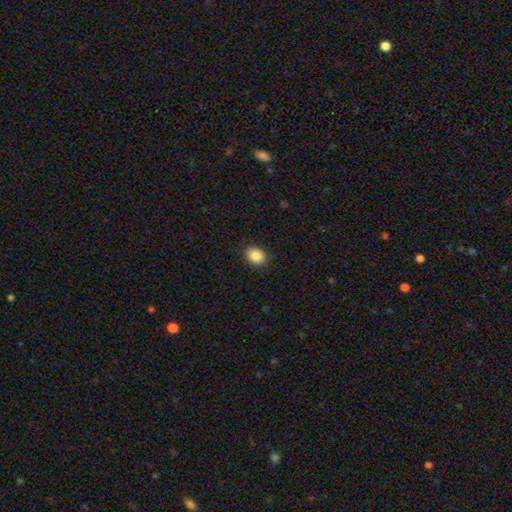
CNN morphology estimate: The model was most divided on "how rounded": in between: 56%, round: 43%, cigar-shaped: 1%. More confident: merging — none (89%); smooth or featured — smooth (87%).